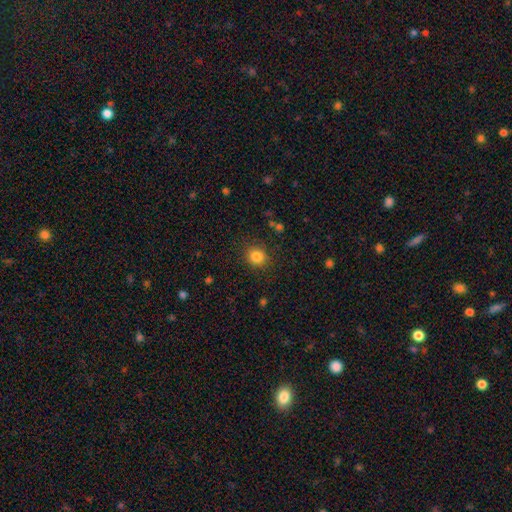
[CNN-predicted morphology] Overall: smooth (83%). How rounded: round (79%). Merging: none (88%).